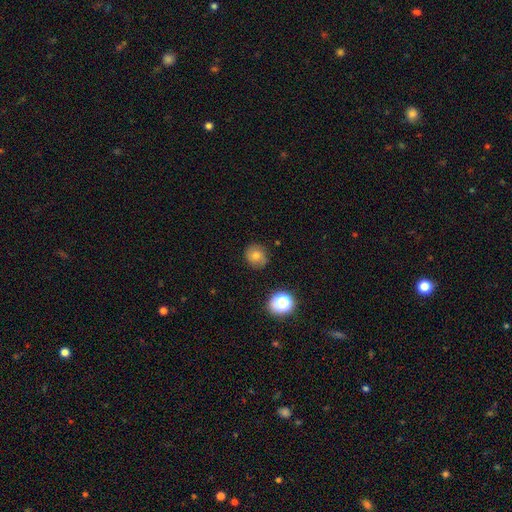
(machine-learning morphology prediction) Overall: smooth (72%). How rounded: round (85%). Merging: none (83%).